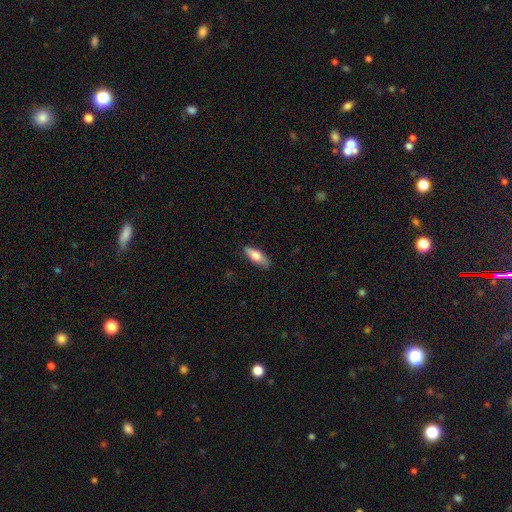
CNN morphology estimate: The model was most divided on "how rounded": in between: 58%, cigar-shaped: 39%, round: 2%. More confident: merging — none (85%); smooth or featured — smooth (69%).